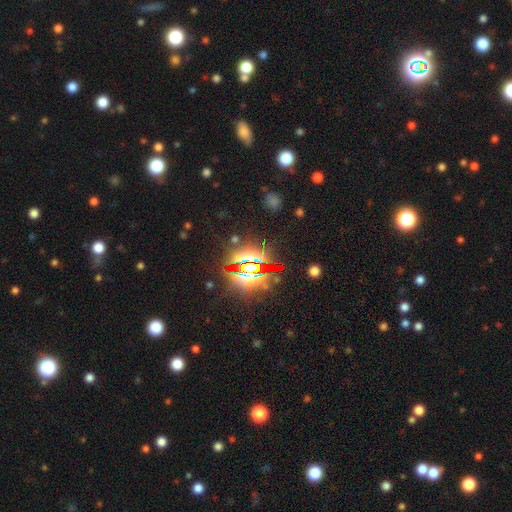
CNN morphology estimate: Smooth or featured: star or artifact — 84% (smooth — 8%)